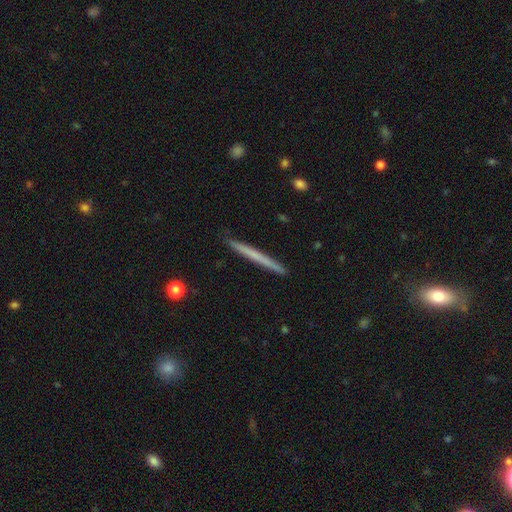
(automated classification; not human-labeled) This is possibly a smooth galaxy (53%). How rounded: clearly cigar-shaped (97%). Merging: clearly none (91%).